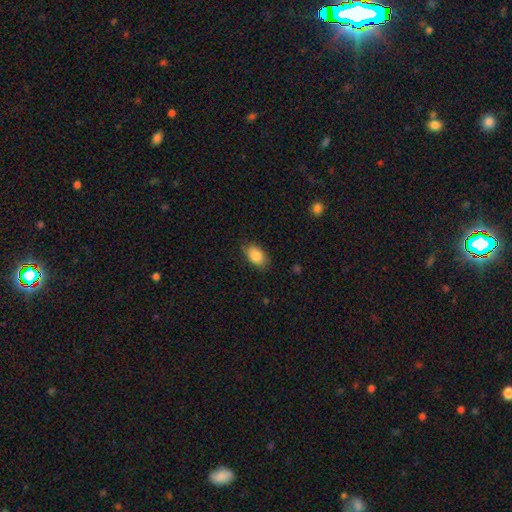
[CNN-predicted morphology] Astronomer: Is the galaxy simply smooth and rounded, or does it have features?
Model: smooth — 86%.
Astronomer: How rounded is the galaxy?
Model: in between — 89%.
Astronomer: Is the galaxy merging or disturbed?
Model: none — 81%.